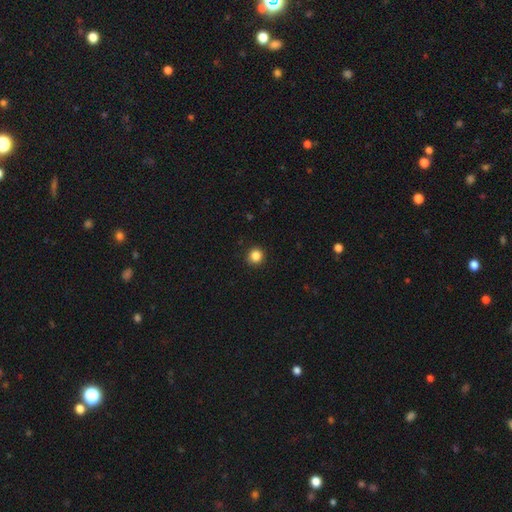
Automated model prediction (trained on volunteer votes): Q: Smooth or featured?
A: smooth (86%); runner-up: star or artifact (11%)
Q: How rounded?
A: round (93%); runner-up: in between (6%)
Q: Merging?
A: none (93%); runner-up: minor disturbance (5%)